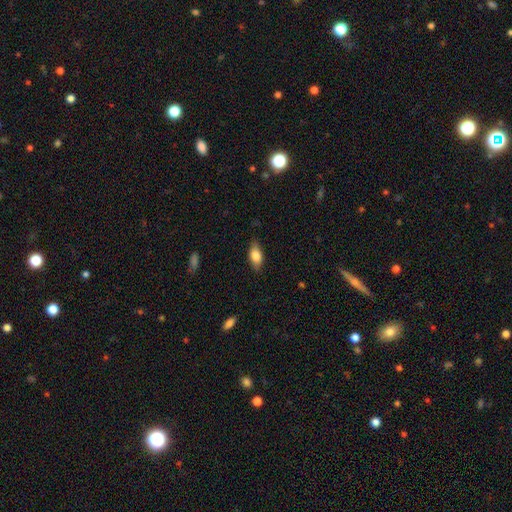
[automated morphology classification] This is likely a smooth galaxy (77%). How rounded: clearly in between (86%). Merging: clearly none (81%).